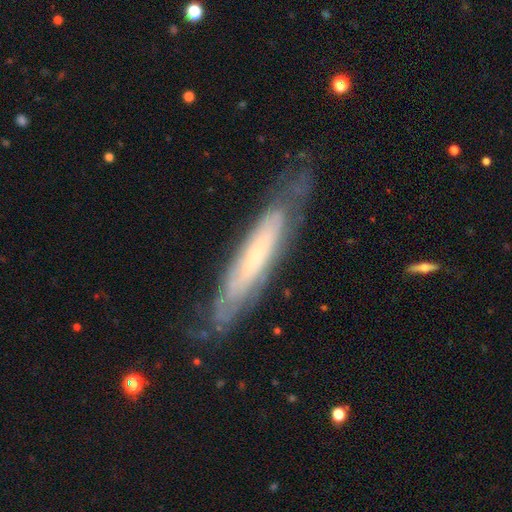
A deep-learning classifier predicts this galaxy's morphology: Overall: featured or disk (61%; smooth 32%). Edge-on disk: yes (55%; no 45%). Merging: none (72%).